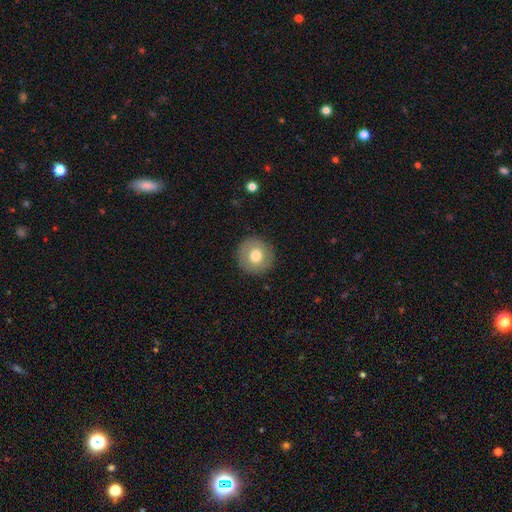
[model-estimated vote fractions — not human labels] Smooth or featured: smooth — 71% (featured or disk — 21%)
How rounded: round — 94% (in between — 5%)
Merging: none — 90% (minor disturbance — 7%)